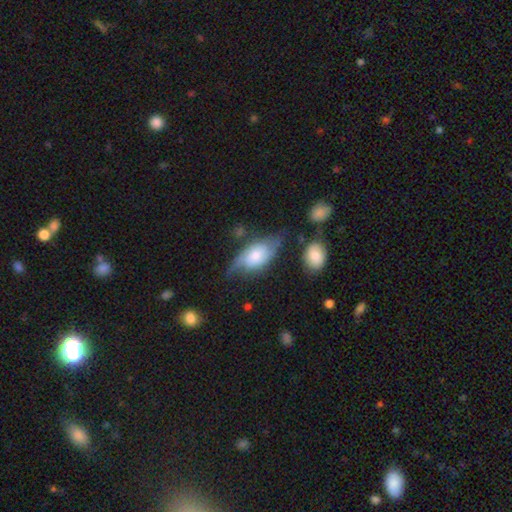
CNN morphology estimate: Overall: featured or disk (57%; smooth 37%). Edge-on disk: no (76%). Merging: none (47%; minor disturbance 30%).